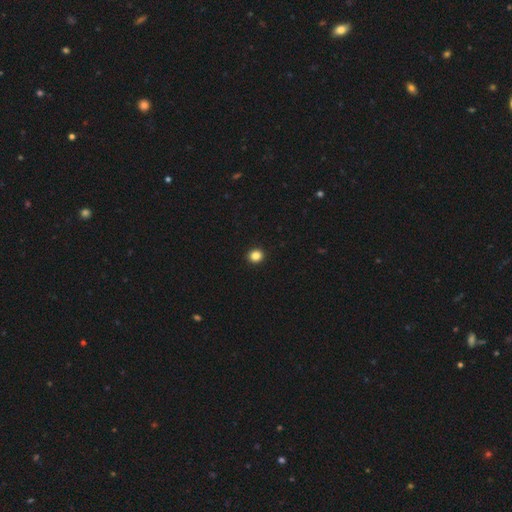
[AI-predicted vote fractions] A smooth galaxy with no disk features (85%) that is round (84%). Merging: none (94%).